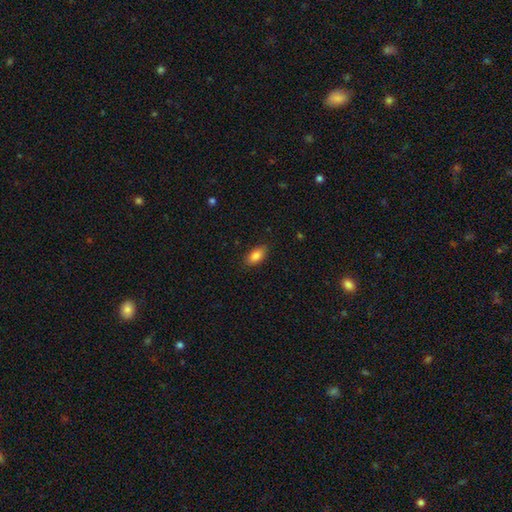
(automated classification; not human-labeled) Smooth or featured: smooth — 85% (featured or disk — 8%)
How rounded: in between — 91% (round — 5%)
Merging: none — 86% (minor disturbance — 11%)